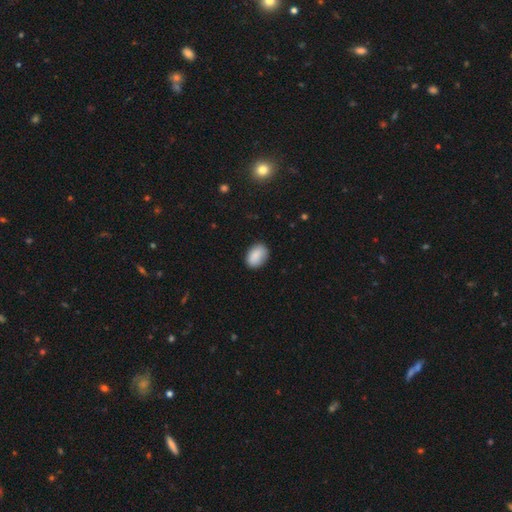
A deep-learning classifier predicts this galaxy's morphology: This is clearly a smooth galaxy (89%). How rounded: clearly in between (84%). Merging: clearly none (84%).